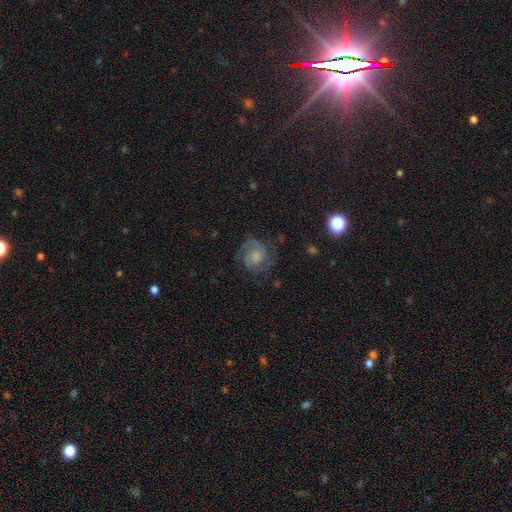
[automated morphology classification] Smooth or featured? Predicted: featured or disk (p=0.74). Edge-on disk? Predicted: no (p=0.98). Bar? Predicted: no (p=0.67). Spiral arms? Predicted: yes (p=0.94). Spiral winding? Predicted: tight (p=0.44). Spiral arm count? Predicted: 2 (p=0.71). Bulge size? Predicted: moderate (p=0.32). Merging? Predicted: none (p=0.70).